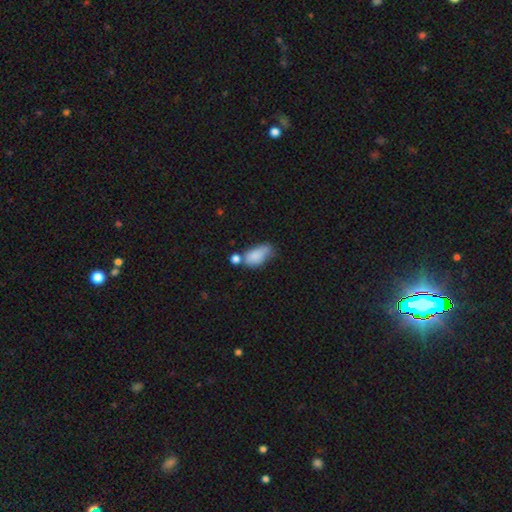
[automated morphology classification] Smooth or featured? smooth (80%)
How rounded? in between (88%)
Merging? none (30%)